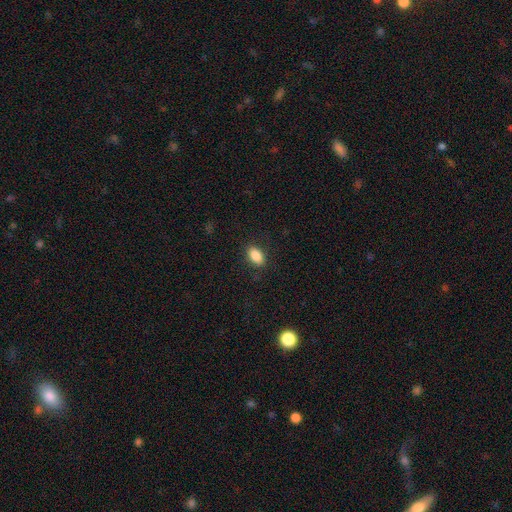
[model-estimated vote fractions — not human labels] smooth-or-featured: smooth: 87% | star or artifact: 8% | featured or disk: 5%
  how-rounded: in between: 90% | round: 6% | cigar-shaped: 4%
  merging: none: 86% | minor disturbance: 10% | major disturbance: 3% | merger: 1%